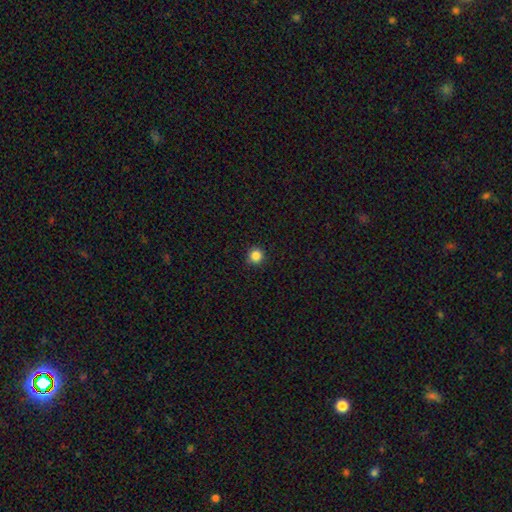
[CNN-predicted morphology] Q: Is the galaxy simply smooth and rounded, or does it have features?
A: smooth — 85%.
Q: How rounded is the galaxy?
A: round — 95%.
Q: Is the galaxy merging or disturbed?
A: none — 92%.